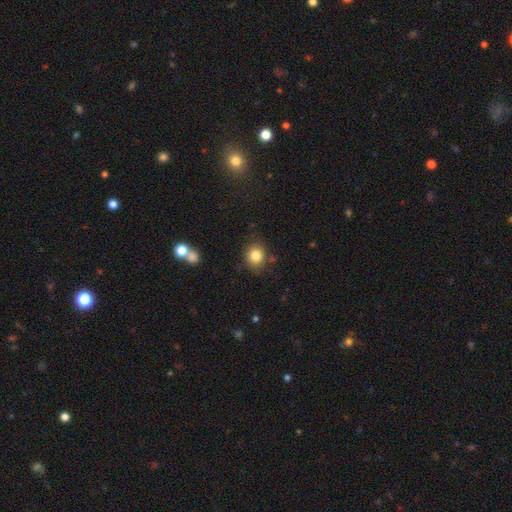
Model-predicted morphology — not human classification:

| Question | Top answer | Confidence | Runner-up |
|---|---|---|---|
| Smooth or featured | smooth | 82% | star or artifact (11%) |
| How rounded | round | 72% | in between (27%) |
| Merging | none | 80% | minor disturbance (13%) |